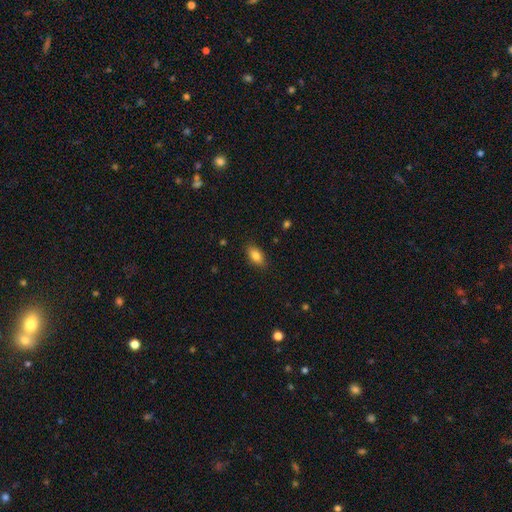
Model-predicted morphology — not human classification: smooth_or_featured: smooth (p=0.83) [alt: star or artifact p=0.08]
how_rounded: in between (p=0.89) [alt: round p=0.06]
merging: none (p=0.86) [alt: minor disturbance p=0.10]